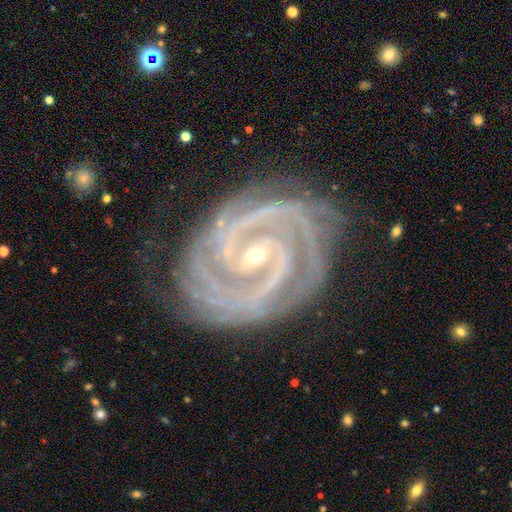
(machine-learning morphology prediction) The model was most divided on "bar": strong: 37%, weak: 36%, no: 27%. Remaining: spiral arms — yes (99%); edge-on disk — no (97%); smooth or featured — featured or disk (92%); bulge size — small (77%); merging — none (76%); spiral winding — tight (76%); spiral arm count — 2 (47%).